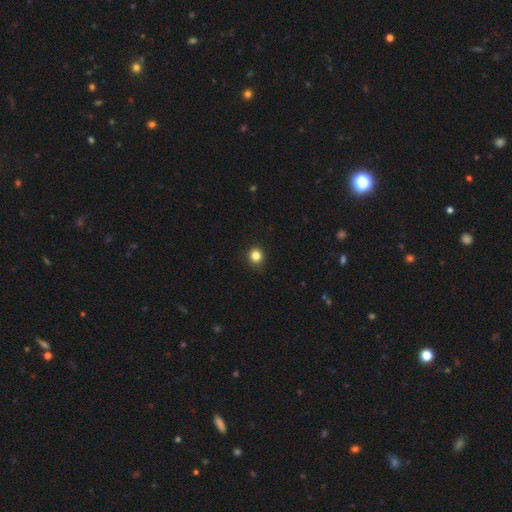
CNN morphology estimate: This is clearly a smooth galaxy (83%). How rounded: clearly round (87%). Merging: clearly none (91%).